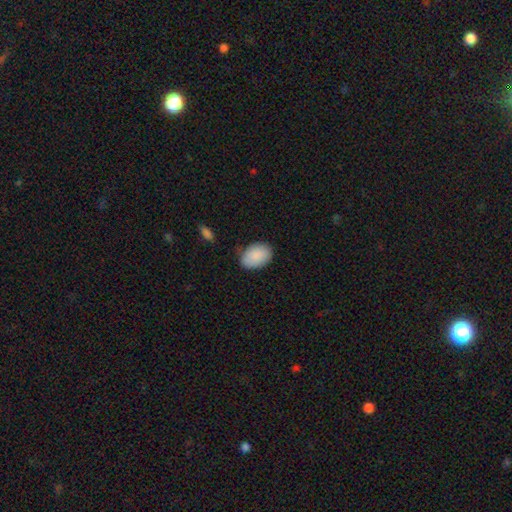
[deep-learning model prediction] Smooth or featured? Predicted: smooth (p=0.89). How rounded? Predicted: in between (p=0.86). Merging? Predicted: none (p=0.75).